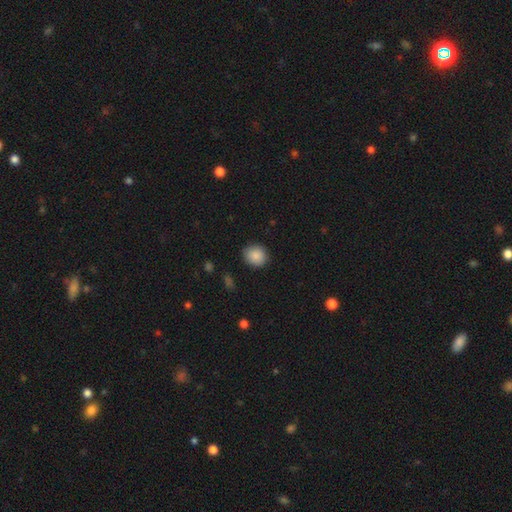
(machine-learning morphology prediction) Smooth or featured? Predicted: smooth (p=0.88). How rounded? Predicted: round (p=0.76). Merging? Predicted: none (p=0.86).